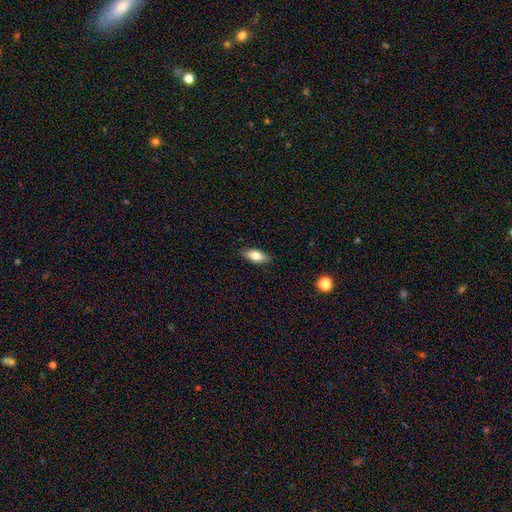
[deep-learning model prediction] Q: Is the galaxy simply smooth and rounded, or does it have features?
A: smooth — 73%.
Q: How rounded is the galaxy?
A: in between — 81%.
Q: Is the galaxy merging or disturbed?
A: none — 87%.